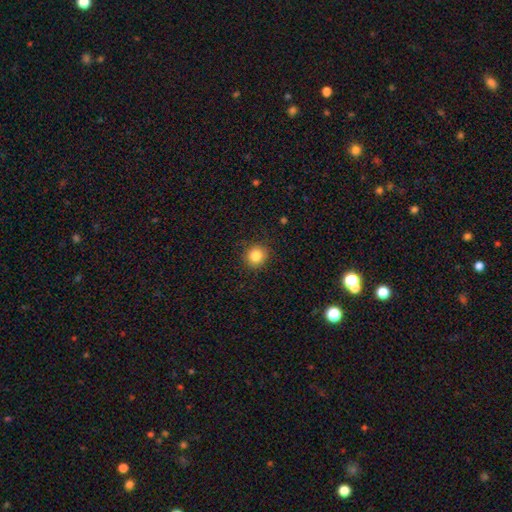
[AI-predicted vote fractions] This is clearly a smooth galaxy (85%). How rounded: clearly round (91%). Merging: clearly none (88%).